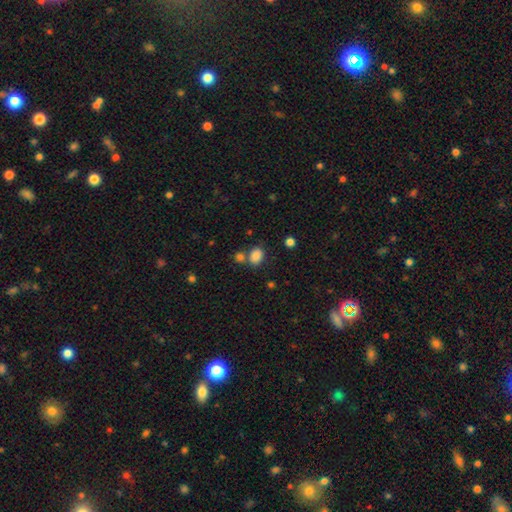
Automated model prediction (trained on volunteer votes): A smooth galaxy with no disk features (84%) that is in between round and cigar-shaped (63%).

Vote fractions:
- Smooth or featured? smooth: 84% / star or artifact: 11% / featured or disk: 6%
- How rounded? in between: 63% / round: 36% / cigar-shaped: 1%
- Merging? none: 59% / merger: 24% / minor disturbance: 12% / major disturbance: 4%